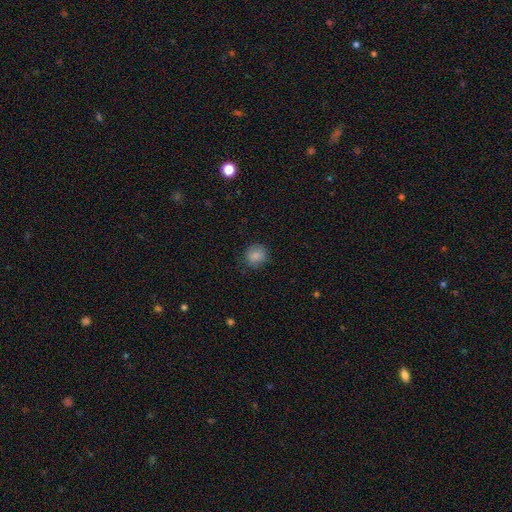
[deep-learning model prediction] Smooth or featured? Predicted: smooth (p=0.86). How rounded? Predicted: round (p=0.79). Merging? Predicted: none (p=0.82).